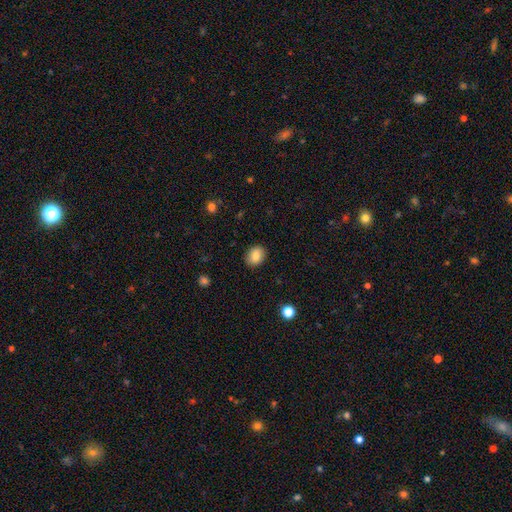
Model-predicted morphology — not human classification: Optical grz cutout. It shows a smooth galaxy with no disk features (85%) that is in between round and cigar-shaped (50%). Merging: none (88%).